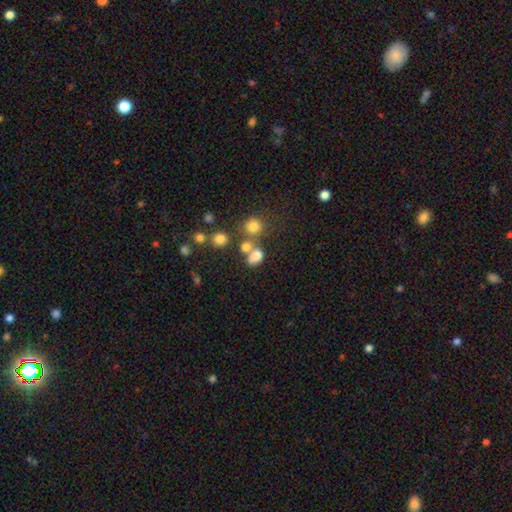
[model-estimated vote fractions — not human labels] This is likely a smooth galaxy (72%). How rounded: possibly in between (57%). Merging: marginally merger (40%).